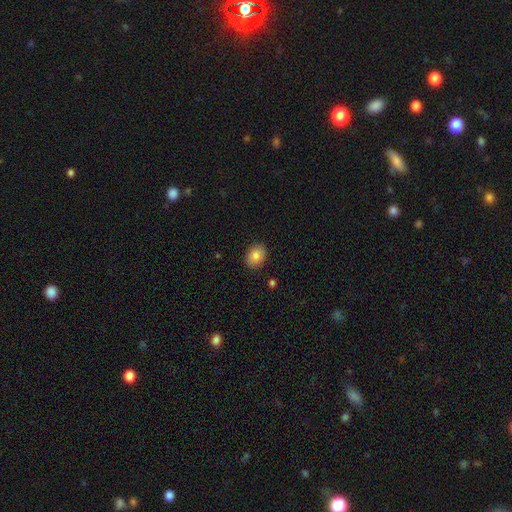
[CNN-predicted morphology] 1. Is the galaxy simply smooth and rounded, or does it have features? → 84% smooth, 8% star or artifact, 8% featured or disk.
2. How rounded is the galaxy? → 61% in between, 38% round, 1% cigar-shaped.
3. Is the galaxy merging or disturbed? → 87% none, 9% minor disturbance, 2% major disturbance, 1% merger.